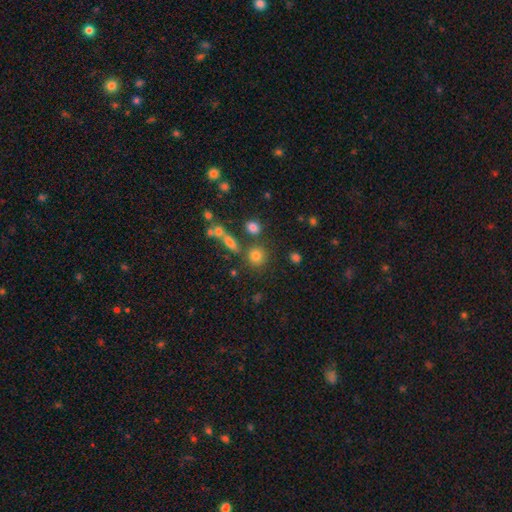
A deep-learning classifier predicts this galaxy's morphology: This appears to be a smooth galaxy with no disk features (76%) that is round (84%). Merging: none (71%).